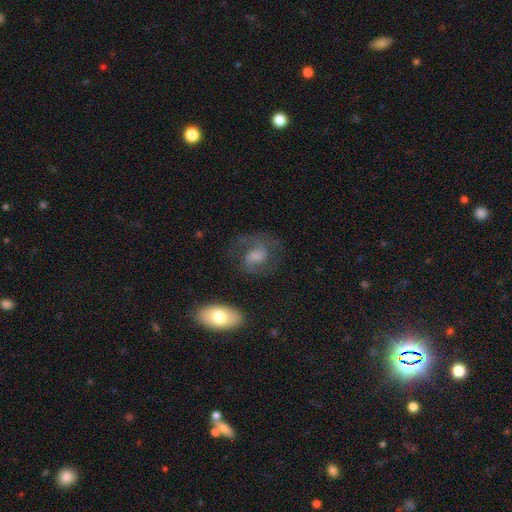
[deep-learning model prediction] This appears to be a featured or disk galaxy (67%) with no bar (45%), 2 (78%) medium (52%) spiral arms (87%) and a moderate central bulge (38%). Merging: none (62%).